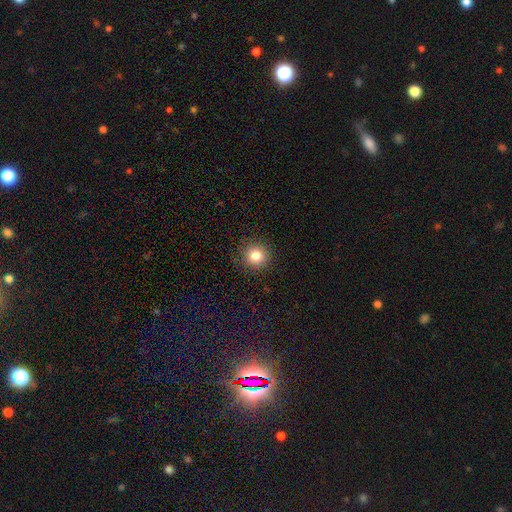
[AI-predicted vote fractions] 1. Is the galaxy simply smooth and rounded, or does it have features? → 82% smooth, 11% star or artifact, 6% featured or disk.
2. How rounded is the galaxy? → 94% round, 6% in between, 1% cigar-shaped.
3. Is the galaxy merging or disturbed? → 92% none, 5% minor disturbance, 2% major disturbance, 1% merger.